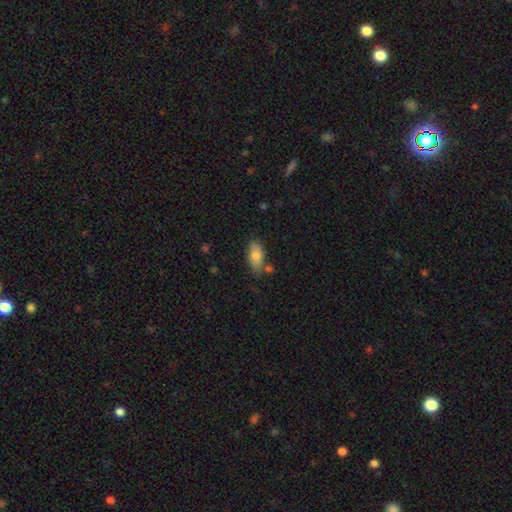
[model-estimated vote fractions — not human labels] Q: Smooth or featured?
A: smooth (78%); runner-up: featured or disk (15%)
Q: How rounded?
A: in between (89%); runner-up: cigar-shaped (7%)
Q: Merging?
A: none (68%); runner-up: minor disturbance (19%)